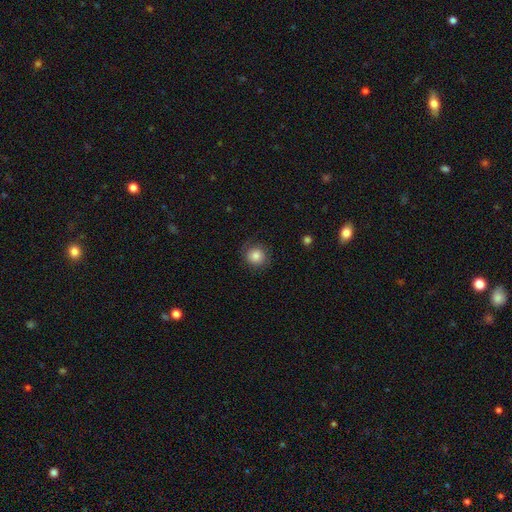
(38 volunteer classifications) This appears to be a smooth galaxy with no disk features (87%) that is round (94%). Merging: none (89%).